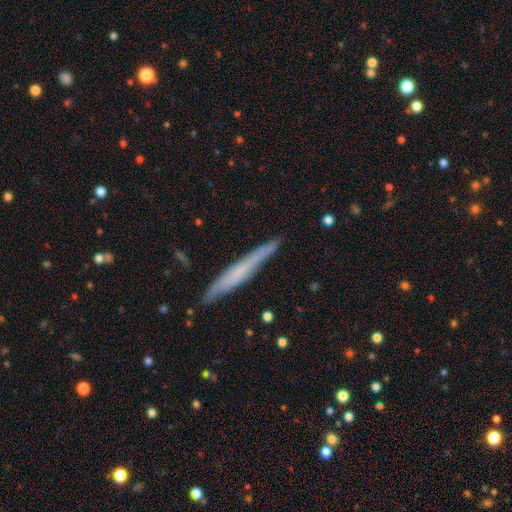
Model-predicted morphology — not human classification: smooth_or_featured: featured or disk (p=0.48) [alt: smooth p=0.43]
merging: none (p=0.87) [alt: minor disturbance p=0.10]